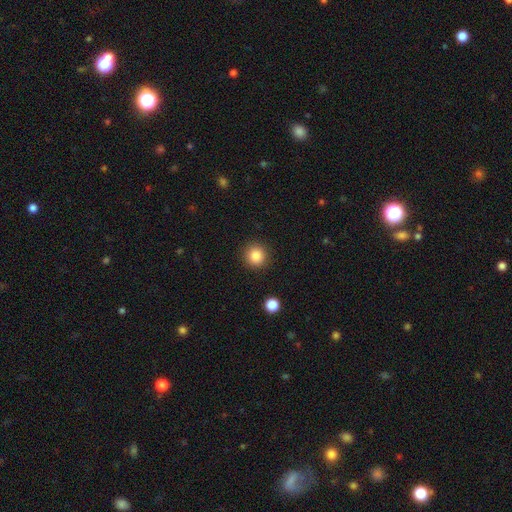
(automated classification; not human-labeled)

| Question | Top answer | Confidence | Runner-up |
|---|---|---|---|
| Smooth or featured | smooth | 85% | star or artifact (10%) |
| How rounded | round | 94% | in between (5%) |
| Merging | none | 91% | minor disturbance (6%) |